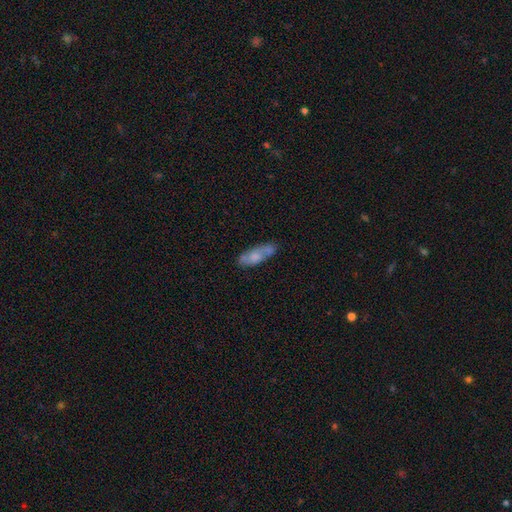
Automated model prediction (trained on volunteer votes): This is possibly a smooth galaxy (58%). How rounded: possibly in between (56%). Merging: likely none (63%).